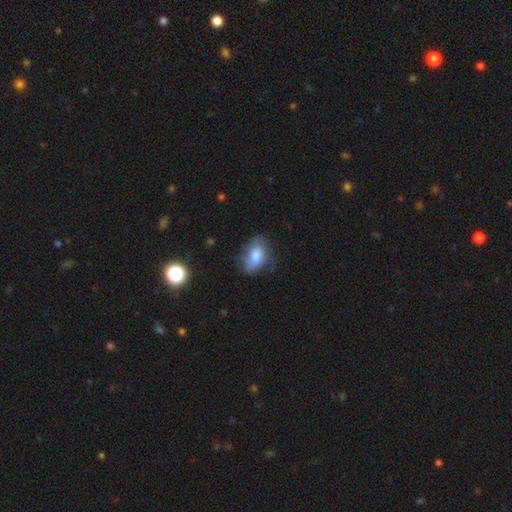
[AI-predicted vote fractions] The model was most divided on "merging": none: 64%, minor disturbance: 26%, major disturbance: 8%, merger: 2%. More confident: how rounded — in between (88%); smooth or featured — smooth (76%).